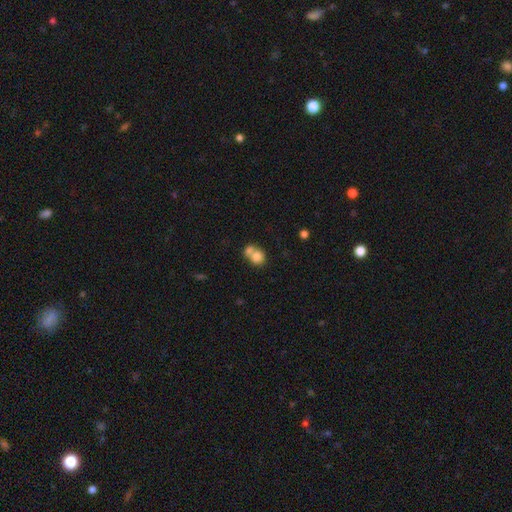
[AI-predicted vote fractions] Smooth or featured? Predicted: smooth (p=0.79). How rounded? Predicted: round (p=0.71). Merging? Predicted: merger (p=0.59).